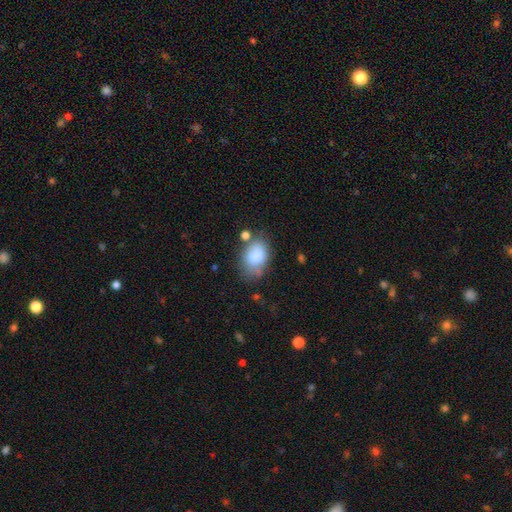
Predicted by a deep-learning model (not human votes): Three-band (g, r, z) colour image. It shows a smooth galaxy with no disk features (82%) that is in between round and cigar-shaped (79%). Merging: none (52%).